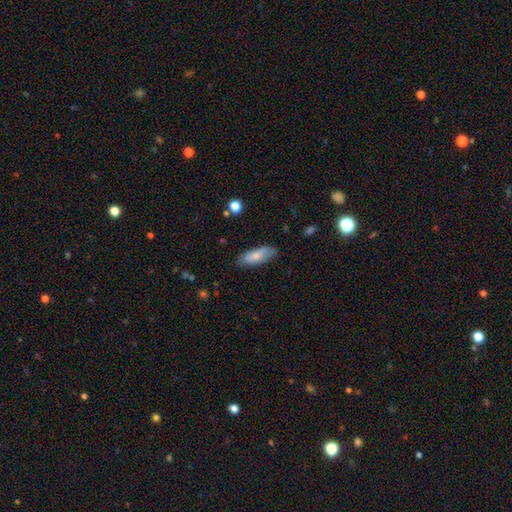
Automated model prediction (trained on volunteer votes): The model was most divided on "how rounded": in between: 69%, cigar-shaped: 29%, round: 2%. More confident: merging — none (79%); smooth or featured — smooth (75%).